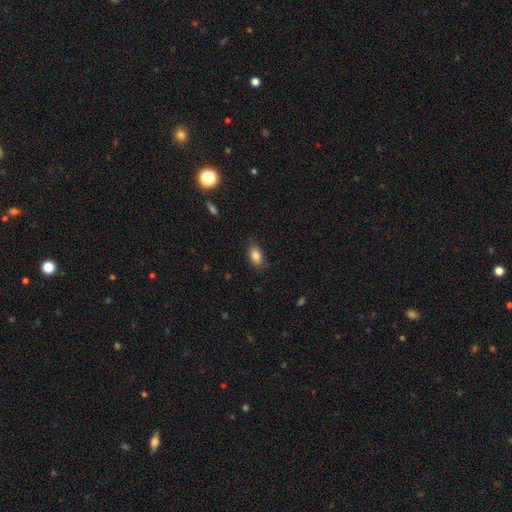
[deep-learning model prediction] smooth_or_featured: smooth (p=0.84) [alt: featured or disk p=0.08]
how_rounded: in between (p=0.88) [alt: round p=0.08]
merging: none (p=0.78) [alt: minor disturbance p=0.17]